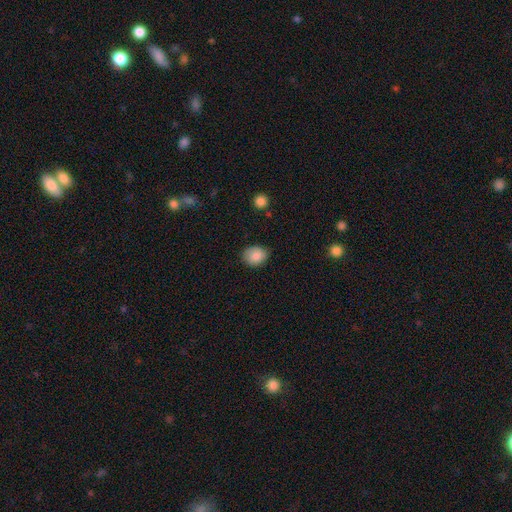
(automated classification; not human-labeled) Overall: smooth (85%). How rounded: round (53%; in between 46%). Merging: none (78%).